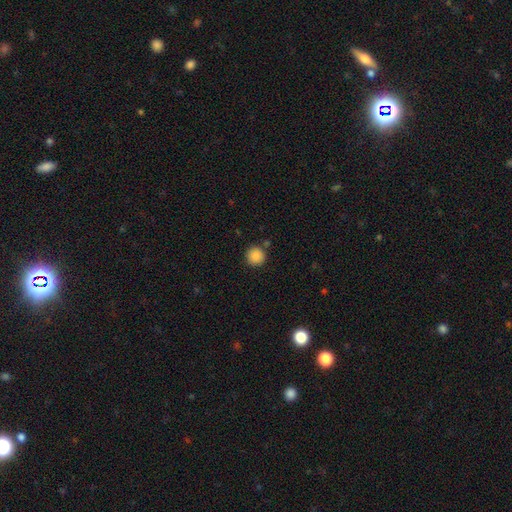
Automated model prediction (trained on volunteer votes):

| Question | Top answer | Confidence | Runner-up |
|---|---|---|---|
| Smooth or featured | smooth | 88% | star or artifact (9%) |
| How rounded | round | 95% | in between (4%) |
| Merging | none | 87% | minor disturbance (7%) |